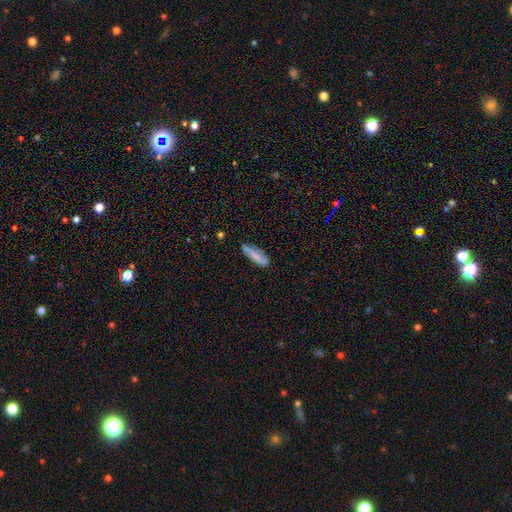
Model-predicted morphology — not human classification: The model was most divided on "how rounded": cigar-shaped: 55%, in between: 42%, round: 2%. More confident: merging — none (68%); smooth or featured — smooth (62%).